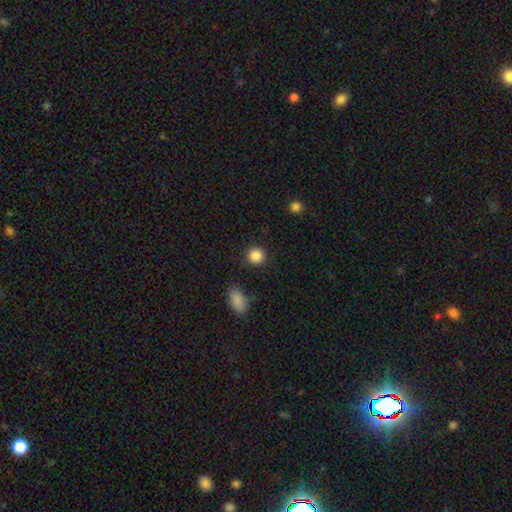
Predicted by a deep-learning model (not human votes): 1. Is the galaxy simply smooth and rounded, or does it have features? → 87% smooth, 10% star or artifact, 3% featured or disk.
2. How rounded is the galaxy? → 91% round, 8% in between, 1% cigar-shaped.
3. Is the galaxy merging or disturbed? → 89% none, 6% minor disturbance, 3% major disturbance, 2% merger.